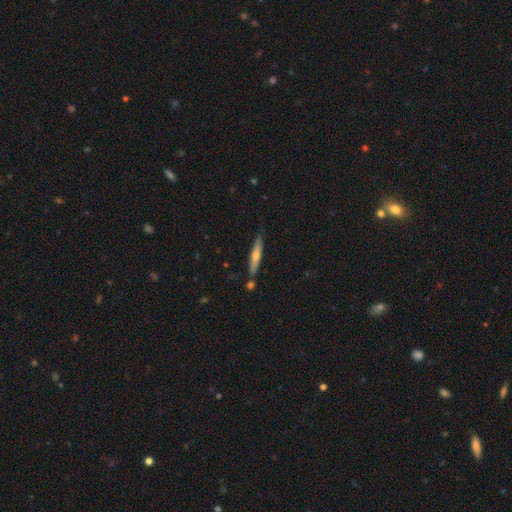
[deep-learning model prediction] Overall: featured or disk (53%; smooth 41%). Edge-on disk: yes (93%). Merging: none (81%).